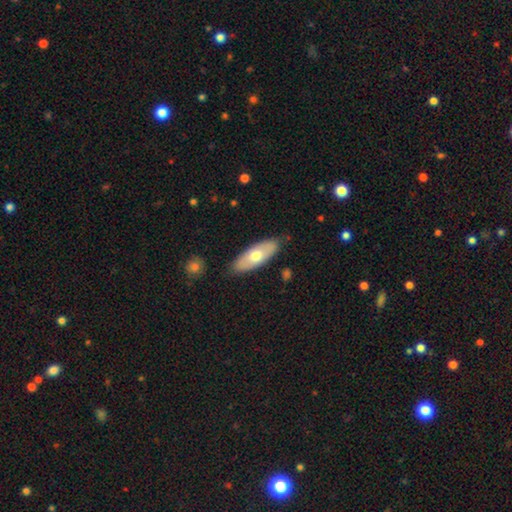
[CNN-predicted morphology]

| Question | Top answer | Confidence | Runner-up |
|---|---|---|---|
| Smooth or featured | smooth | 62% | featured or disk (33%) |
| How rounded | in between | 78% | cigar-shaped (20%) |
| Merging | none | 84% | minor disturbance (12%) |